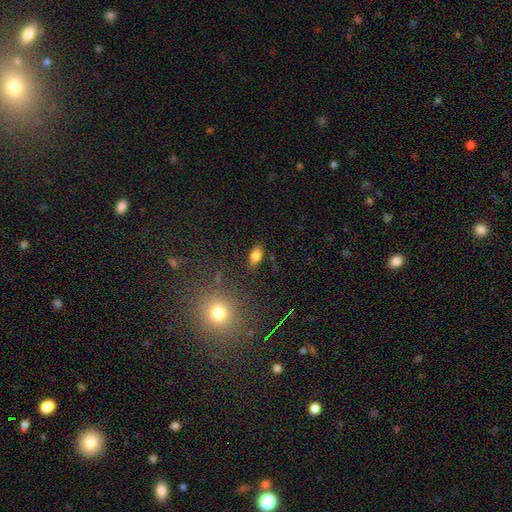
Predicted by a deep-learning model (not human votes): A smooth galaxy with no disk features (79%) that is in between round and cigar-shaped (88%). Merging: none (83%).